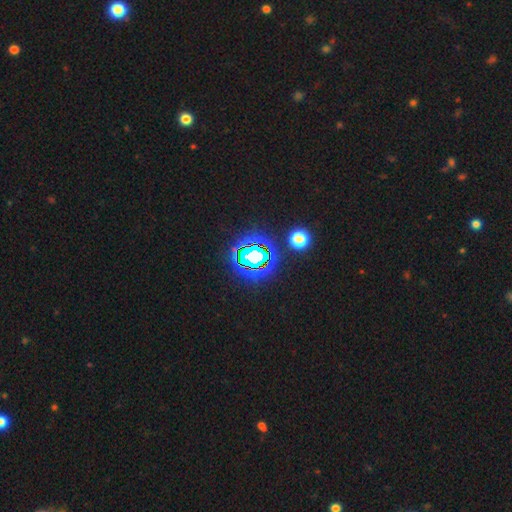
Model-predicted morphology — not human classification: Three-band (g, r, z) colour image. It shows a star or artifact, not a galaxy (73%).